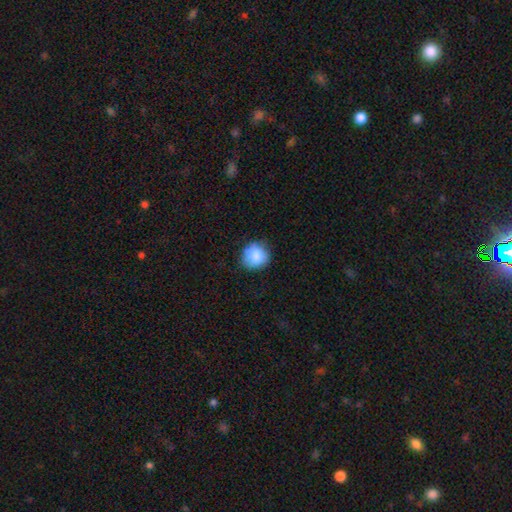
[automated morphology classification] smooth 81%, featured or disk 10%, star or artifact 8%. Down the decision tree: how rounded — round (85%); merging — none (74%).